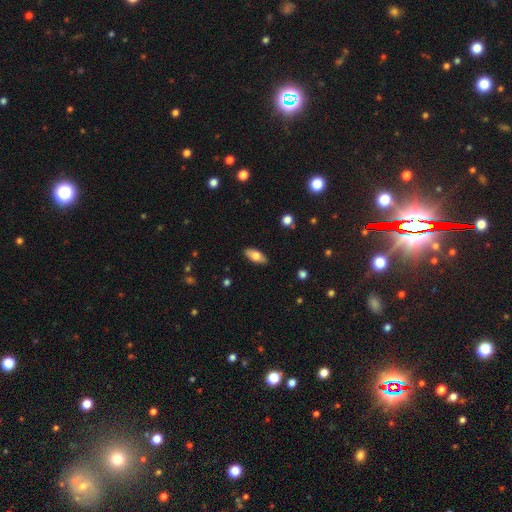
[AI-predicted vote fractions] Smooth or featured?
  - smooth: 73% *
  - featured or disk: 20%
  - star or artifact: 6%
How rounded?
  - in between: 85% *
  - cigar-shaped: 13%
  - round: 3%
Merging?
  - none: 88% *
  - minor disturbance: 9%
  - major disturbance: 2%
  - merger: 1%